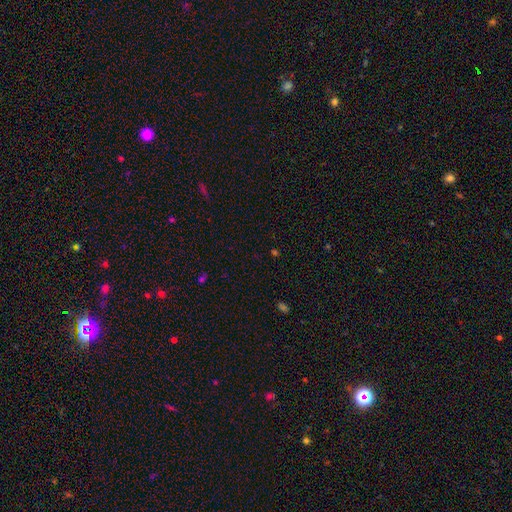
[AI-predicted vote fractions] The model was most divided on "smooth or featured": star or artifact: 60%, smooth: 33%, featured or disk: 7%.